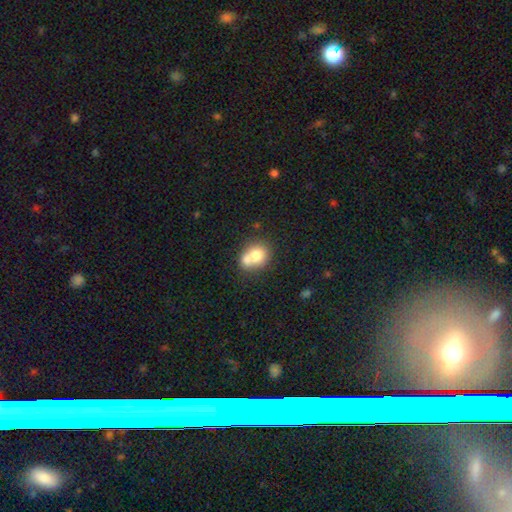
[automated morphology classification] Smooth or featured?
  - smooth: 72% *
  - featured or disk: 18%
  - star or artifact: 9%
How rounded?
  - round: 67% *
  - in between: 32%
  - cigar-shaped: 1%
Merging?
  - merger: 50% *
  - none: 36%
  - minor disturbance: 10%
  - major disturbance: 4%